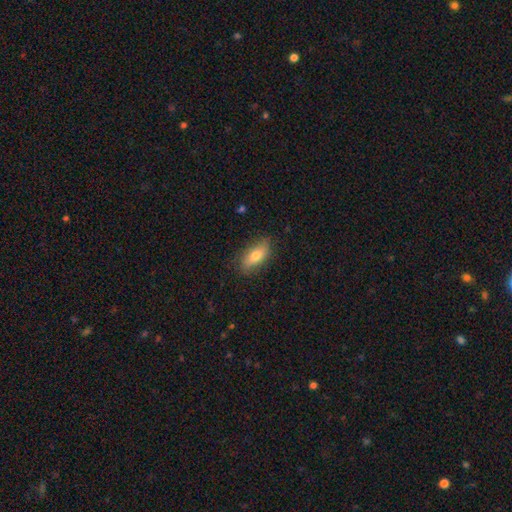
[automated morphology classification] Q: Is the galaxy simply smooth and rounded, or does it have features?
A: smooth — 74%.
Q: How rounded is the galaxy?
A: in between — 80%.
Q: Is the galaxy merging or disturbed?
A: none — 82%.